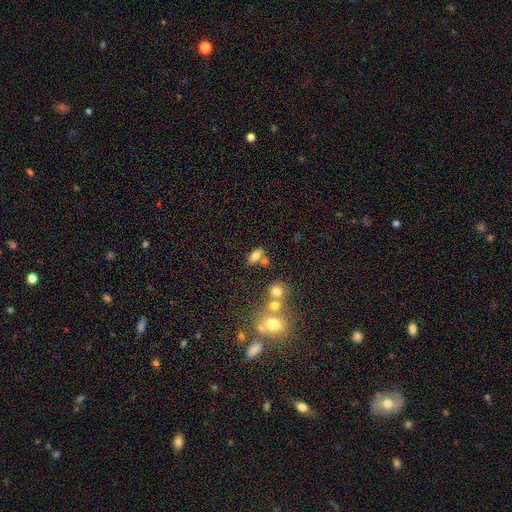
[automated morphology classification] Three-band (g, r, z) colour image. It shows a smooth galaxy with no disk features (71%) that is in between round and cigar-shaped (80%). Merging: none (57%).